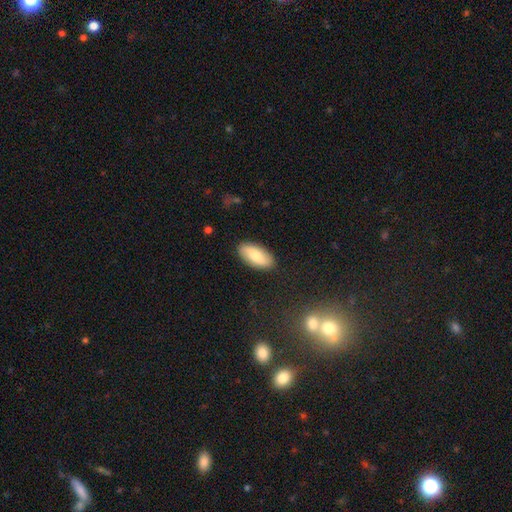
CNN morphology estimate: smooth-or-featured: smooth: 70% | featured or disk: 24% | star or artifact: 6%
  how-rounded: in between: 91% | cigar-shaped: 7% | round: 3%
  merging: none: 88% | minor disturbance: 9% | major disturbance: 2% | merger: 1%